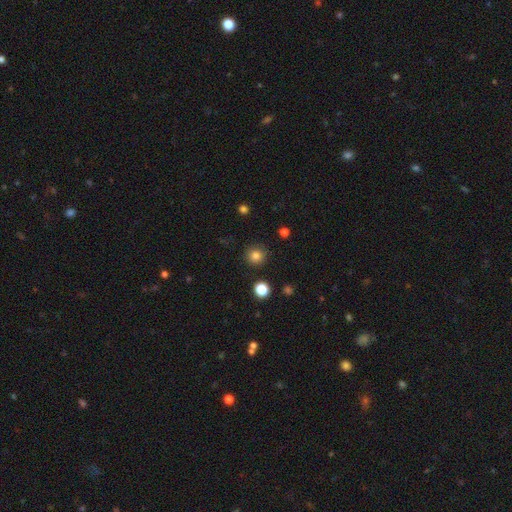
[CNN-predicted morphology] type=smooth (82%); roundness=round (94%); merging=none (90%).